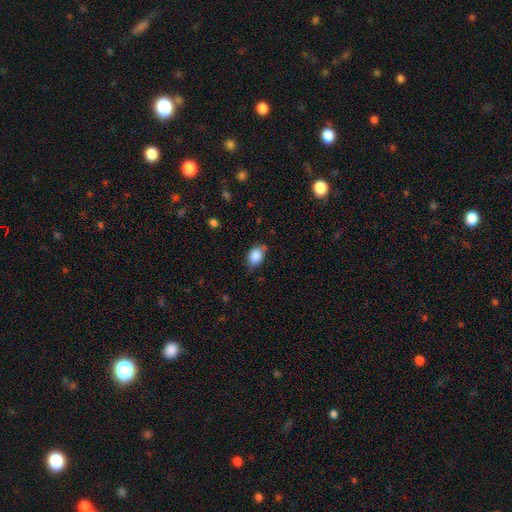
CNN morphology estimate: Q: Smooth or featured?
A: smooth (87%); runner-up: star or artifact (8%)
Q: How rounded?
A: in between (78%); runner-up: round (21%)
Q: Merging?
A: none (66%); runner-up: minor disturbance (27%)